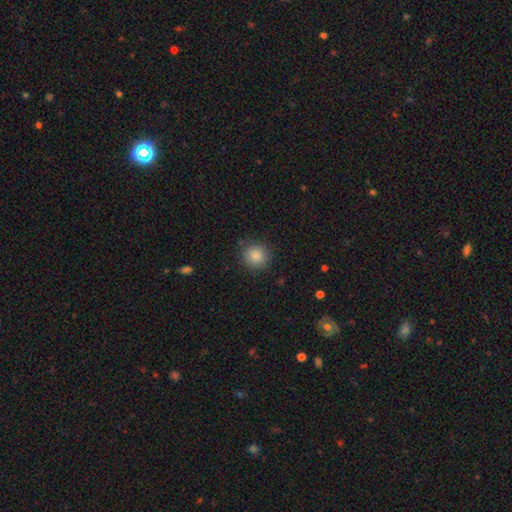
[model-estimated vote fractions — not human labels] This is clearly a smooth galaxy (85%). How rounded: clearly round (92%). Merging: clearly none (87%).